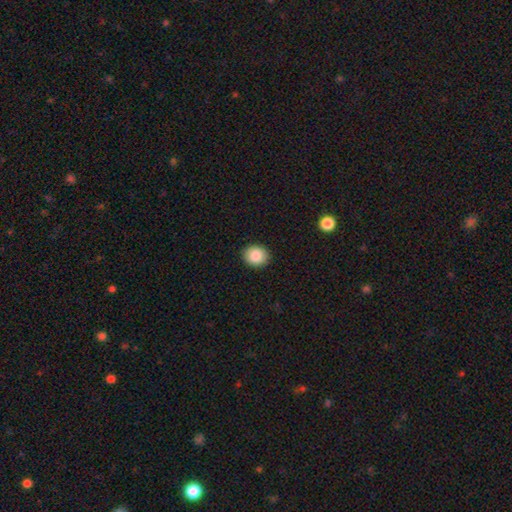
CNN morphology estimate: This is clearly a smooth galaxy (87%). How rounded: likely round (68%). Merging: clearly none (91%).